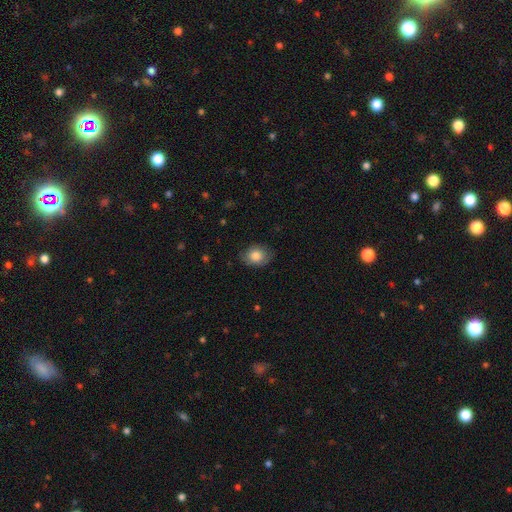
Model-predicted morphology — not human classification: Smooth or featured? smooth (83%)
How rounded? in between (59%)
Merging? none (77%)